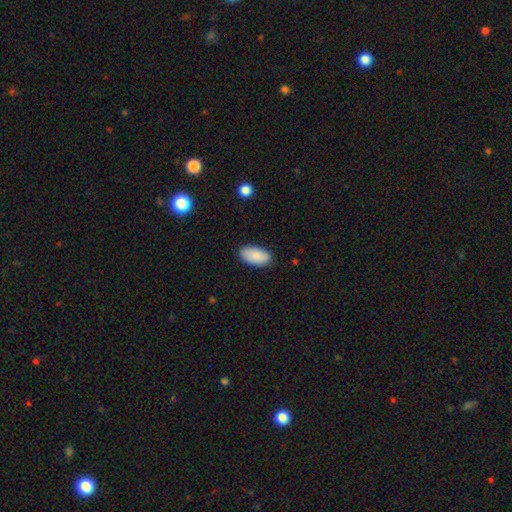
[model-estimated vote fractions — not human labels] Smooth or featured: smooth — 88% (featured or disk — 6%)
How rounded: in between — 95% (cigar-shaped — 2%)
Merging: none — 86% (minor disturbance — 11%)